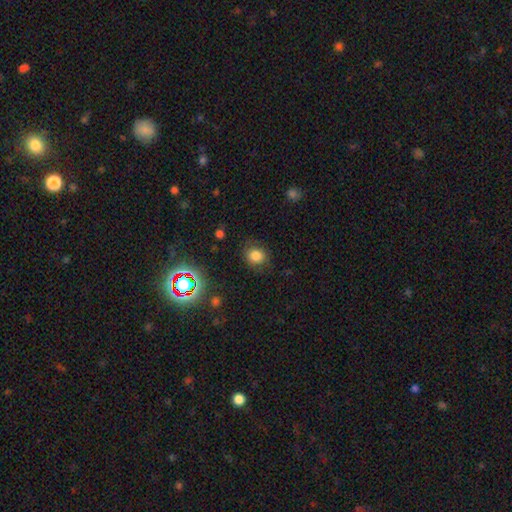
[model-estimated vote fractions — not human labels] Smooth or featured? smooth (79%)
How rounded? round (69%)
Merging? none (77%)